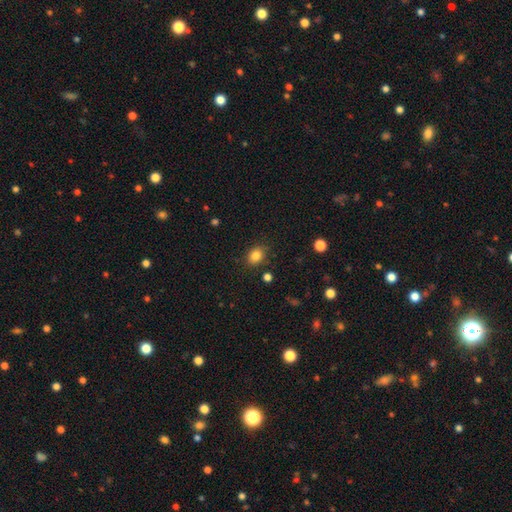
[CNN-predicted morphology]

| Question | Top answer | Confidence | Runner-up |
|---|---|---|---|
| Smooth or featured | smooth | 83% | star or artifact (11%) |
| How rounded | in between | 52% | round (47%) |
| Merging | none | 84% | minor disturbance (11%) |